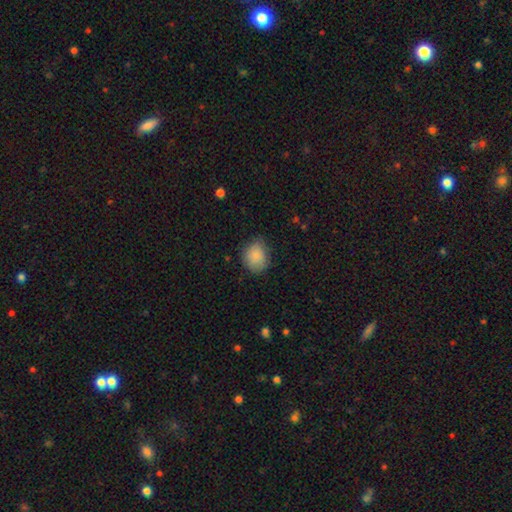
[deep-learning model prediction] This appears to be a smooth galaxy with no disk features (84%) that is round (69%). Merging: none (68%).